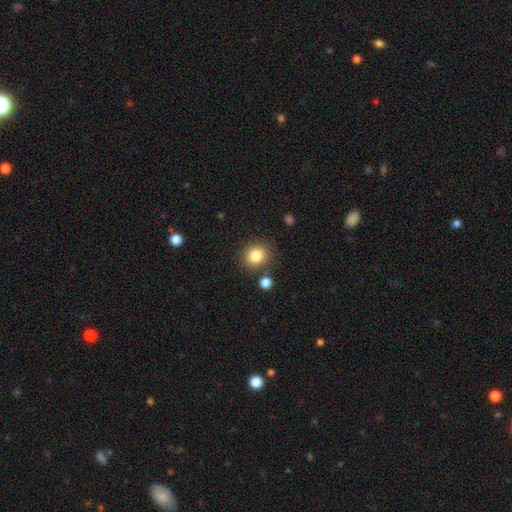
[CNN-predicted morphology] Smooth or featured? Predicted: smooth (p=0.82). How rounded? Predicted: round (p=0.81). Merging? Predicted: none (p=0.84).